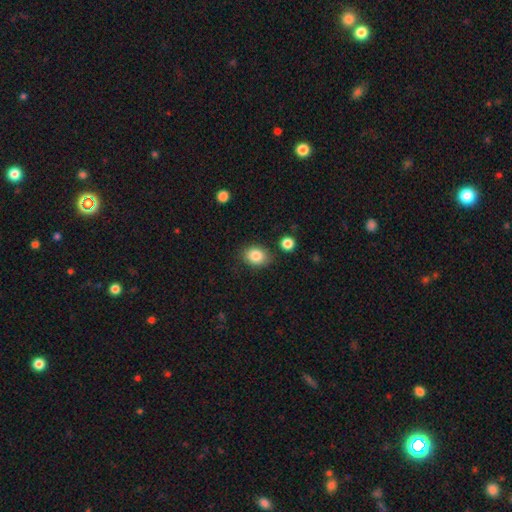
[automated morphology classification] Smooth or featured?
  - smooth: 85% *
  - star or artifact: 9%
  - featured or disk: 6%
How rounded?
  - in between: 55% *
  - round: 44%
  - cigar-shaped: 1%
Merging?
  - none: 80% *
  - minor disturbance: 13%
  - merger: 4%
  - major disturbance: 3%